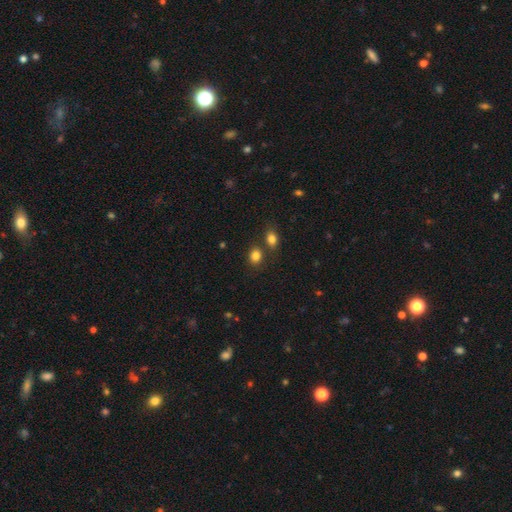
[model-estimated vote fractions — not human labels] The model was most divided on "how rounded": round: 54%, in between: 45%, cigar-shaped: 1%. More confident: smooth or featured — smooth (83%); merging — none (66%).